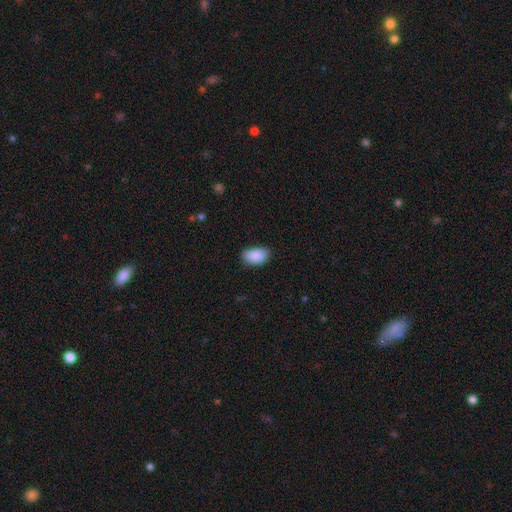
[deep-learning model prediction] Smooth or featured? smooth (89%)
How rounded? in between (92%)
Merging? none (72%)